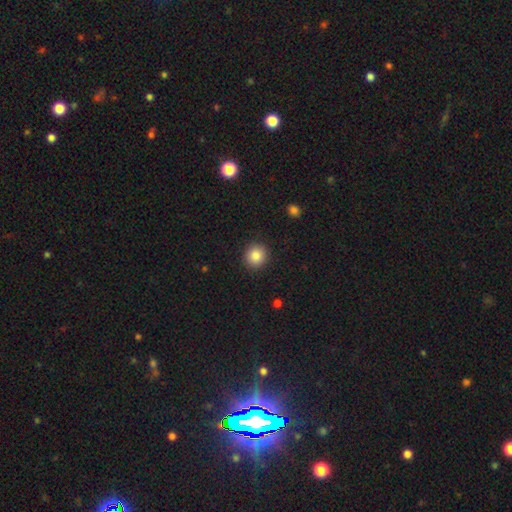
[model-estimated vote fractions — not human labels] This appears to be a smooth galaxy with no disk features (85%) that is round (89%). Merging: none (91%).